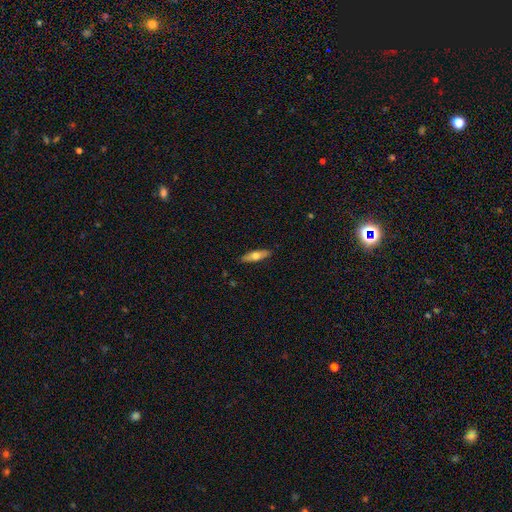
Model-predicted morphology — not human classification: Q: Smooth or featured?
A: smooth (55%); runner-up: featured or disk (39%)
Q: How rounded?
A: cigar-shaped (62%); runner-up: in between (36%)
Q: Merging?
A: none (89%); runner-up: minor disturbance (8%)